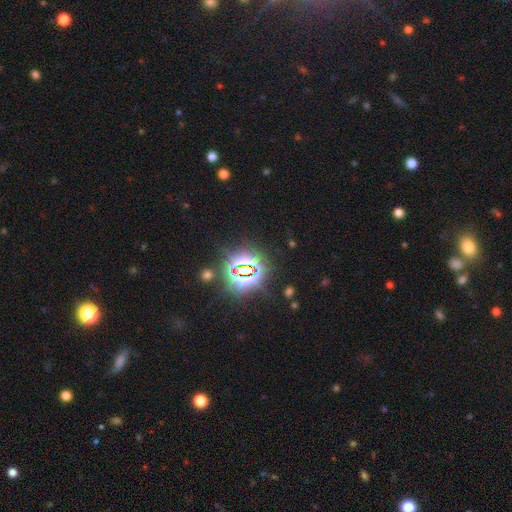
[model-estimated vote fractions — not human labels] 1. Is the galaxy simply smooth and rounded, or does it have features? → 80% star or artifact, 13% smooth, 7% featured or disk.